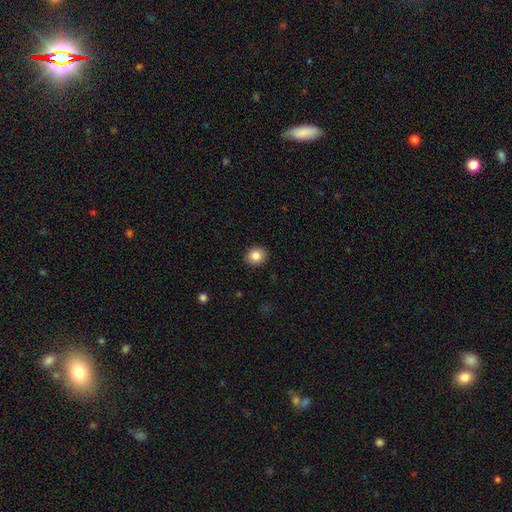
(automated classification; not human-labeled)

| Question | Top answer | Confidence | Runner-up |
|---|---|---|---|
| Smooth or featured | smooth | 85% | star or artifact (9%) |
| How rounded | round | 76% | in between (23%) |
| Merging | none | 91% | minor disturbance (6%) |